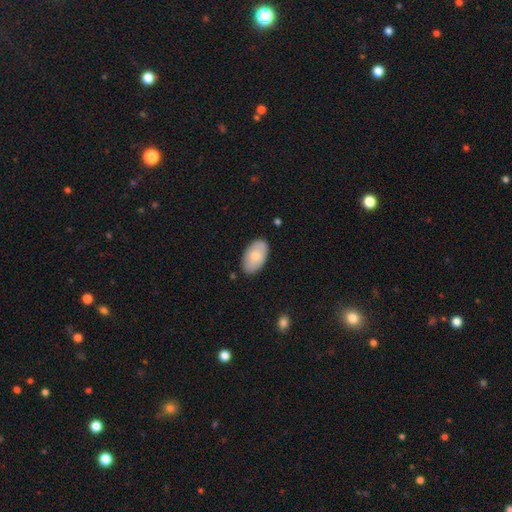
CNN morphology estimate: Smooth or featured? smooth (76%)
How rounded? in between (94%)
Merging? none (84%)